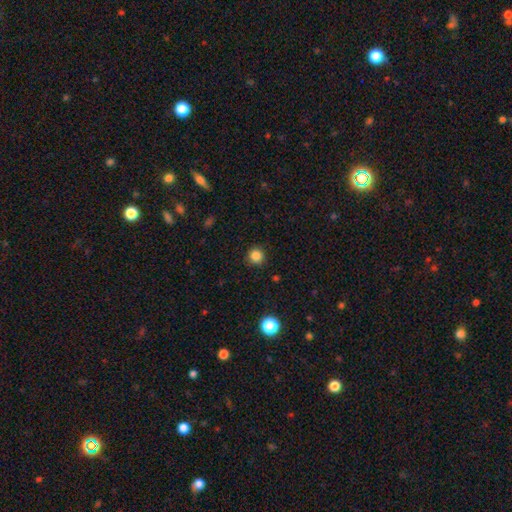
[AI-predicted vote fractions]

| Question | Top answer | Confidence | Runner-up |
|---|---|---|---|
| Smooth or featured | smooth | 85% | star or artifact (12%) |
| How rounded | round | 94% | in between (5%) |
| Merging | none | 90% | minor disturbance (6%) |